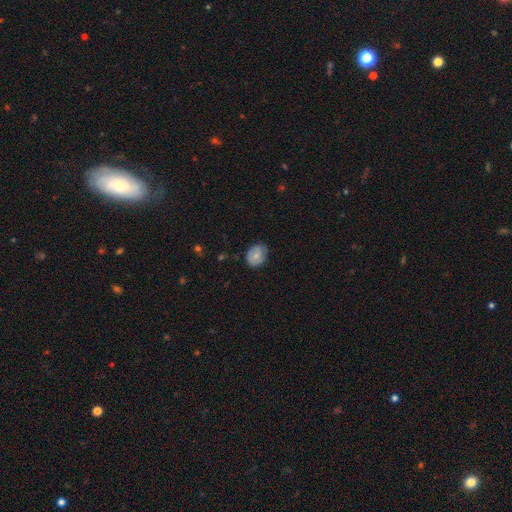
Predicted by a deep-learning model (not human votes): smooth_or_featured: smooth (p=0.70) [alt: featured or disk p=0.22]
how_rounded: in between (p=0.54) [alt: round p=0.45]
merging: none (p=0.71) [alt: minor disturbance p=0.24]